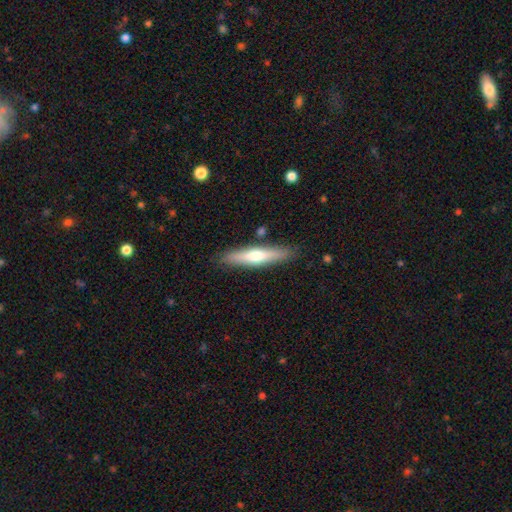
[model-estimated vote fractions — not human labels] This is possibly a smooth galaxy (50%). How rounded: clearly cigar-shaped (87%). Merging: clearly none (87%).